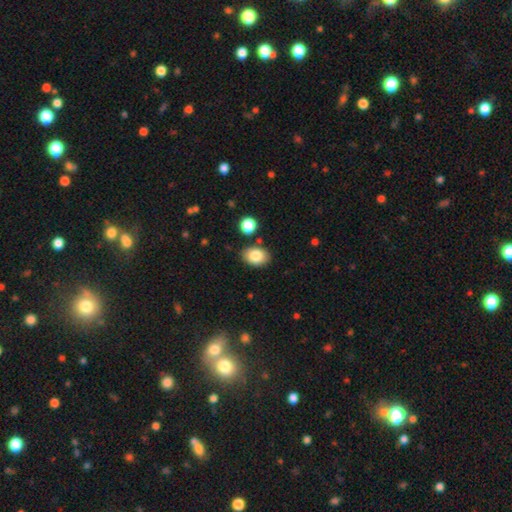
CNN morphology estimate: Smooth or featured? smooth (84%)
How rounded? in between (78%)
Merging? none (82%)